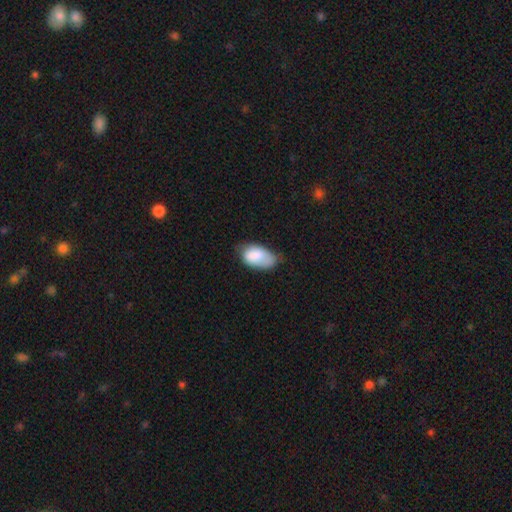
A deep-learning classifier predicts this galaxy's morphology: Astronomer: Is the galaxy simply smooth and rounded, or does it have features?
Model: smooth — 82%.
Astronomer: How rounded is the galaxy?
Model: in between — 94%.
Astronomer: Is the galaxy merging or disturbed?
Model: none — 44% (runner-up: minor disturbance, 42%).